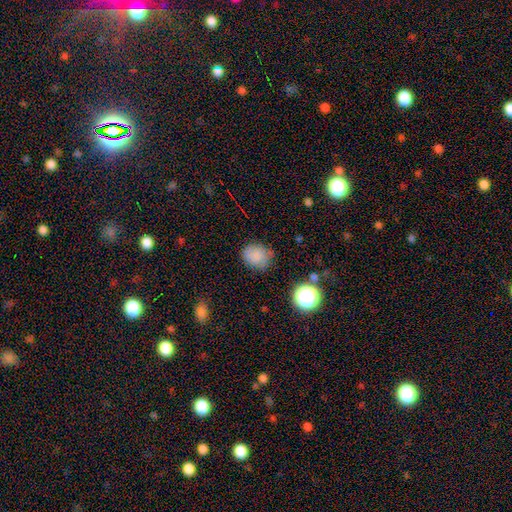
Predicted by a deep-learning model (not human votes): This is likely a smooth galaxy (79%). How rounded: likely round (70%). Merging: likely none (73%).